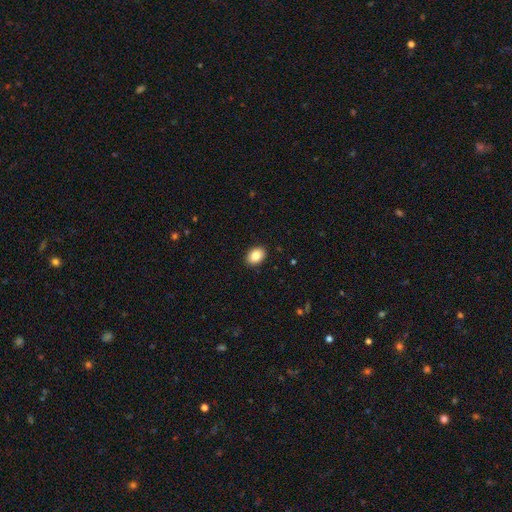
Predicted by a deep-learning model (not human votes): This is clearly a smooth galaxy (87%). How rounded: likely in between (74%). Merging: clearly none (91%).